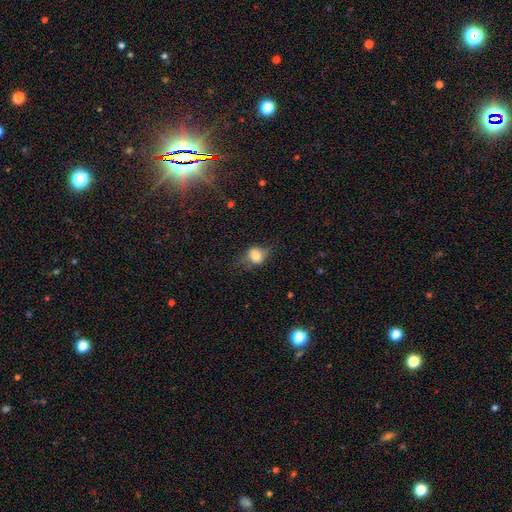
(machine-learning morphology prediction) Q: Smooth or featured?
A: smooth (65%); runner-up: featured or disk (24%)
Q: How rounded?
A: round (54%); runner-up: in between (43%)
Q: Merging?
A: none (53%); runner-up: minor disturbance (28%)